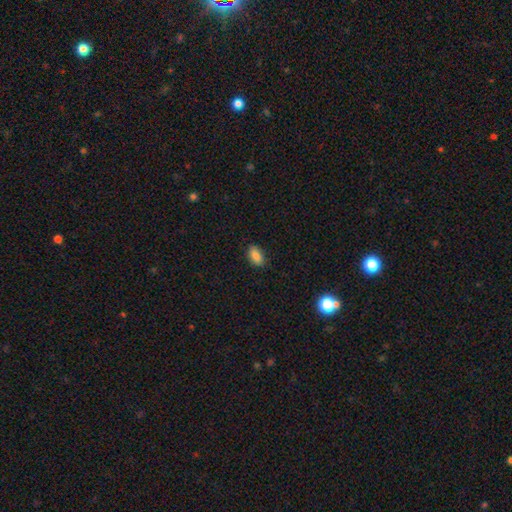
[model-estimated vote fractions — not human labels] smooth-or-featured: smooth: 86% | star or artifact: 9% | featured or disk: 6%
  how-rounded: in between: 91% | round: 5% | cigar-shaped: 4%
  merging: none: 85% | minor disturbance: 12% | major disturbance: 2% | merger: 1%